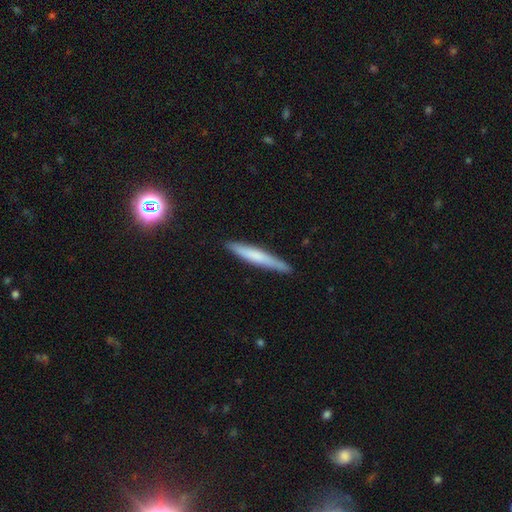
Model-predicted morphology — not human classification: This is likely a smooth galaxy (61%). How rounded: clearly cigar-shaped (95%). Merging: clearly none (89%).